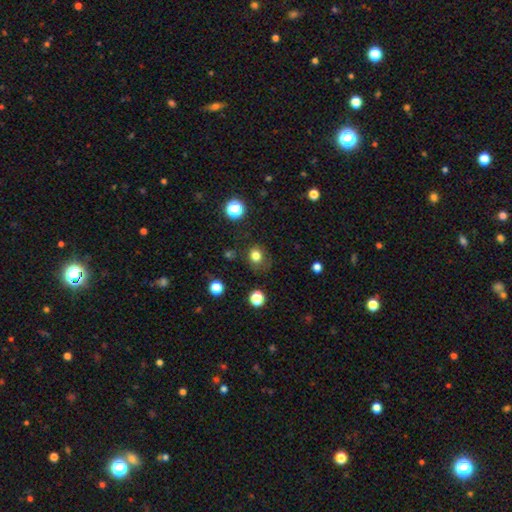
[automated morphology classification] Smooth or featured? smooth (79%)
How rounded? round (72%)
Merging? none (75%)